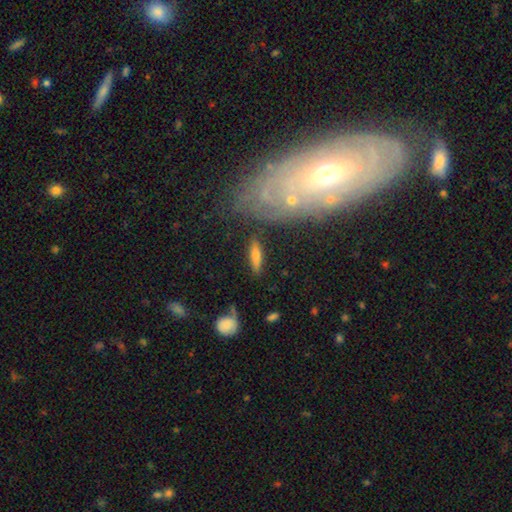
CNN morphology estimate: Overall: smooth (64%; featured or disk 29%). How rounded: cigar-shaped (65%; in between 32%). Merging: none (82%).